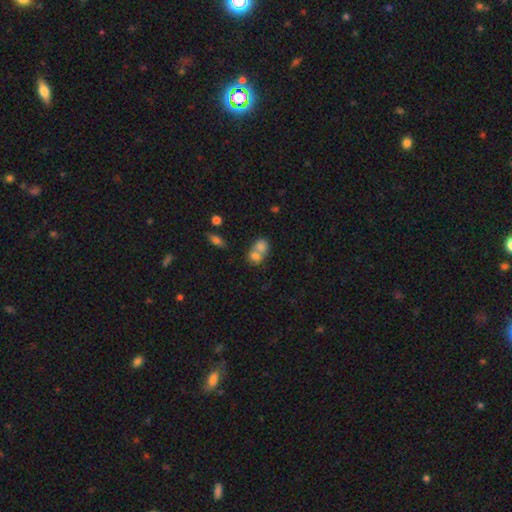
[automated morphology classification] Overall: smooth (74%). How rounded: in between (53%; round 46%). Merging: merger (70%).